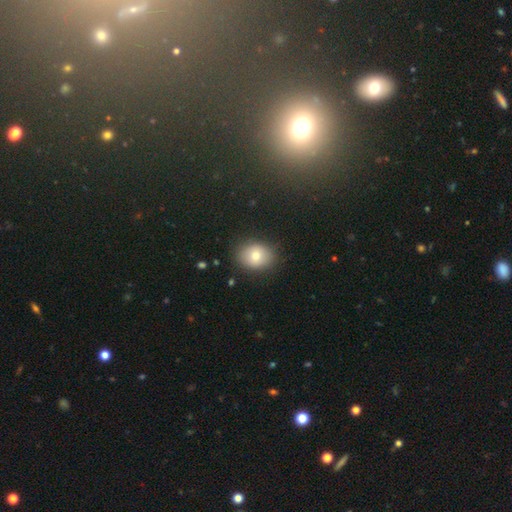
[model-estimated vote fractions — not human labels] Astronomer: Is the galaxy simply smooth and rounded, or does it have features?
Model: smooth — 78%.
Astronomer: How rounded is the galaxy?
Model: in between — 51% (runner-up: round, 48%).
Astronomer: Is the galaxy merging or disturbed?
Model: none — 85%.